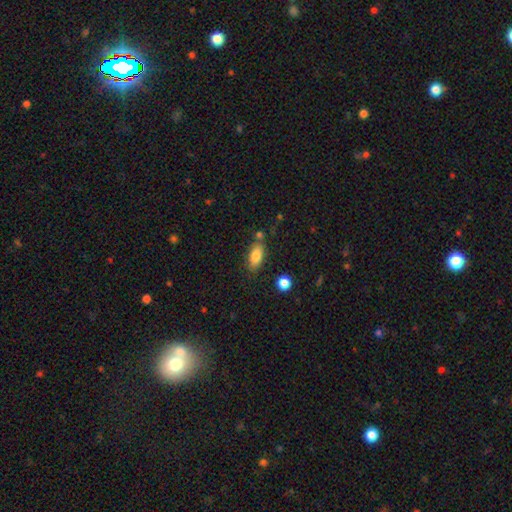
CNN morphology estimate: Smooth or featured? Predicted: smooth (p=0.82). How rounded? Predicted: in between (p=0.85). Merging? Predicted: none (p=0.72).